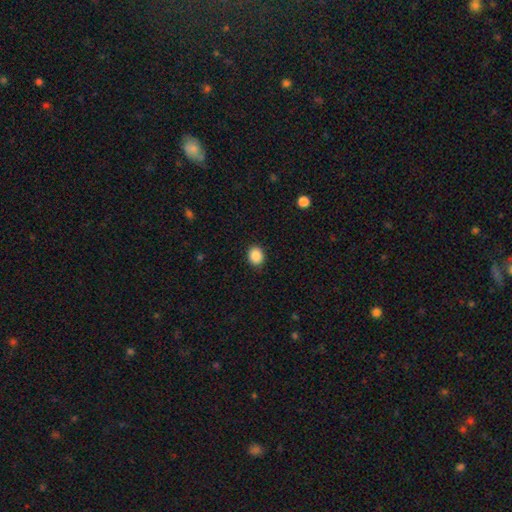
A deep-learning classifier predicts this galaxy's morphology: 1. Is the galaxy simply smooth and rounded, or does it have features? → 89% smooth, 9% star or artifact, 3% featured or disk.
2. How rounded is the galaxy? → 54% round, 45% in between, 1% cigar-shaped.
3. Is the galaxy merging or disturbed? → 89% none, 8% minor disturbance, 2% major disturbance, 1% merger.